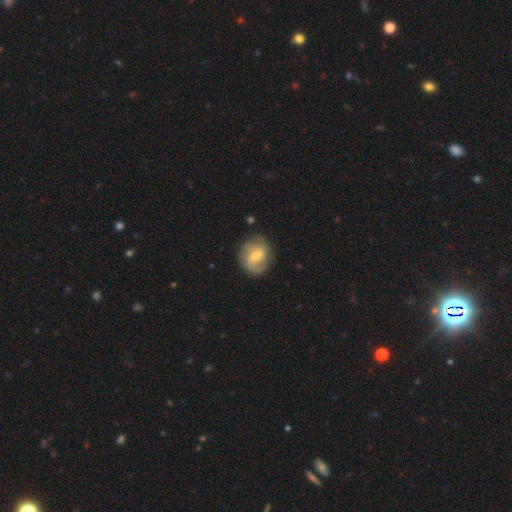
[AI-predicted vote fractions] A featured or disk galaxy (66%) with a weak bar (54%), 2 (64%) medium (43%) spiral arms (88%) and a small central bulge (52%).

Vote fractions:
- Smooth or featured? featured or disk: 66% / smooth: 27% / star or artifact: 7%
- Edge-on disk? no: 97% / yes: 3%
- Bar? weak: 54% / no: 30% / strong: 16%
- Spiral arms? yes: 88% / no: 12%
- Spiral winding? medium: 43% / loose: 37% / tight: 20%
- Spiral arm count? 2: 64% / 1: 14% / can't tell: 13% / 3: 5% / 4: 2% / more than 4: 2%
- Bulge size? small: 52% / moderate: 40% / none: 4% / large: 3% / dominant: 1%
- Merging? none: 72% / minor disturbance: 18% / major disturbance: 8% / merger: 2%